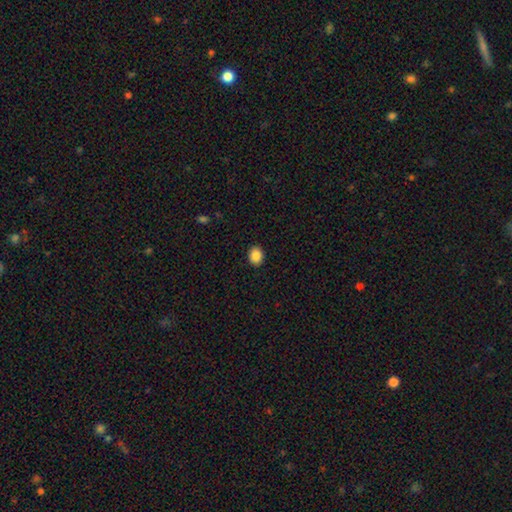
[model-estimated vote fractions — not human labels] This is clearly a smooth galaxy (87%). How rounded: possibly in between (50%, tied with round). Merging: clearly none (91%).